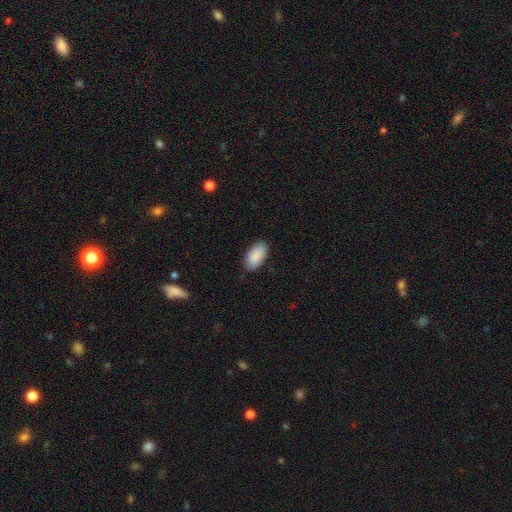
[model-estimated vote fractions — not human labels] A smooth galaxy with no disk features (90%) that is in between round and cigar-shaped (95%). Merging: none (85%).